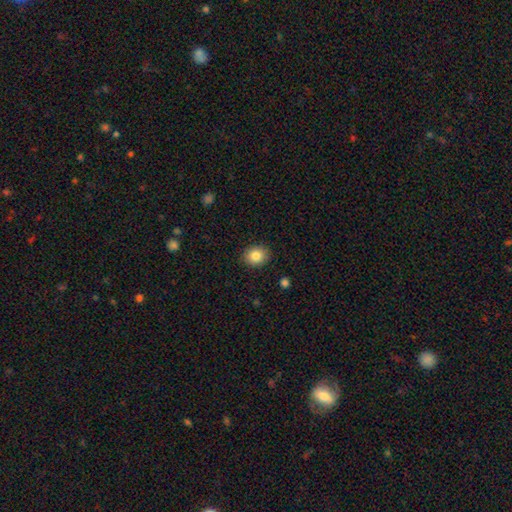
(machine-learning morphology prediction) Smooth or featured? Predicted: smooth (p=0.84). How rounded? Predicted: round (p=0.65). Merging? Predicted: none (p=0.89).